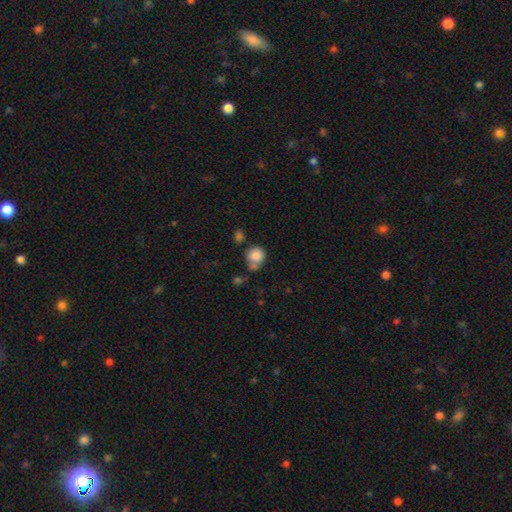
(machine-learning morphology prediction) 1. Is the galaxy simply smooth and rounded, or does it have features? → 83% smooth, 9% star or artifact, 8% featured or disk.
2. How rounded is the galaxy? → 83% round, 16% in between, 1% cigar-shaped.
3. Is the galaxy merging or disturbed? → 50% none, 22% merger, 20% minor disturbance, 8% major disturbance.